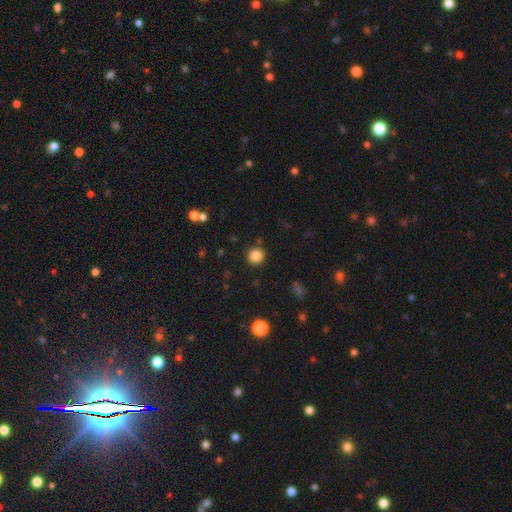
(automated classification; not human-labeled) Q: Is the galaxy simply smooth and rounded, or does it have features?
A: smooth — 85%.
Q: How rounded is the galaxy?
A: round — 93%.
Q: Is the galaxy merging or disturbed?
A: none — 89%.